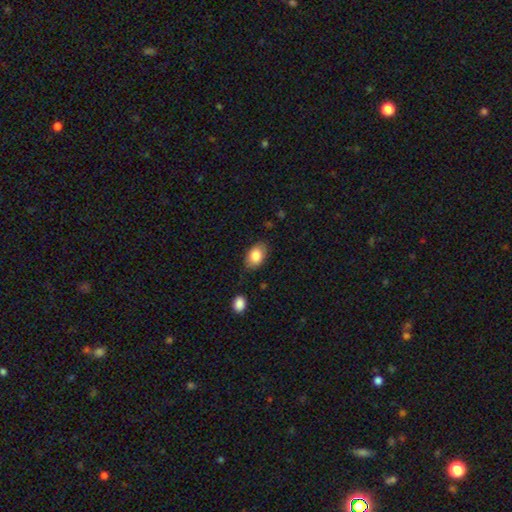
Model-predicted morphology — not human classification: A smooth galaxy with no disk features (84%) that is in between round and cigar-shaped (86%).

Vote fractions:
- Smooth or featured? smooth: 84% / featured or disk: 9% / star or artifact: 7%
- How rounded? in between: 86% / round: 12% / cigar-shaped: 1%
- Merging? none: 80% / minor disturbance: 15% / major disturbance: 3% / merger: 2%